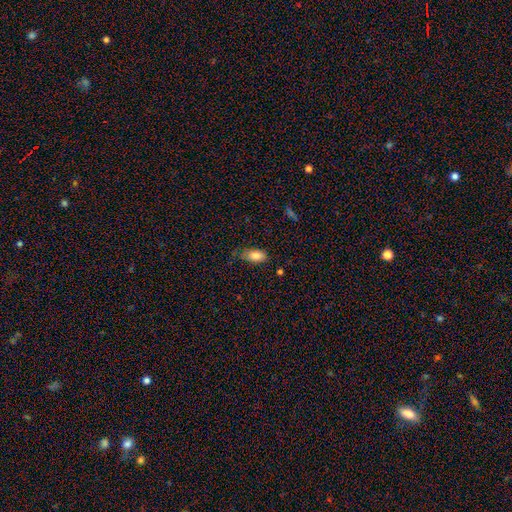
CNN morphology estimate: A smooth galaxy with no disk features (82%) that is in between round and cigar-shaped (91%).

Vote fractions:
- Smooth or featured? smooth: 82% / featured or disk: 10% / star or artifact: 8%
- How rounded? in between: 91% / cigar-shaped: 5% / round: 4%
- Merging? none: 63% / minor disturbance: 28% / major disturbance: 7% / merger: 2%